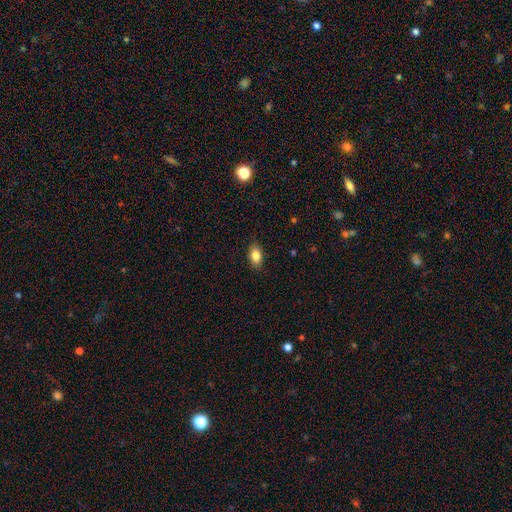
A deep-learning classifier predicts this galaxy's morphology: This appears to be a smooth galaxy with no disk features (83%) that is in between round and cigar-shaped (87%). Merging: none (86%).